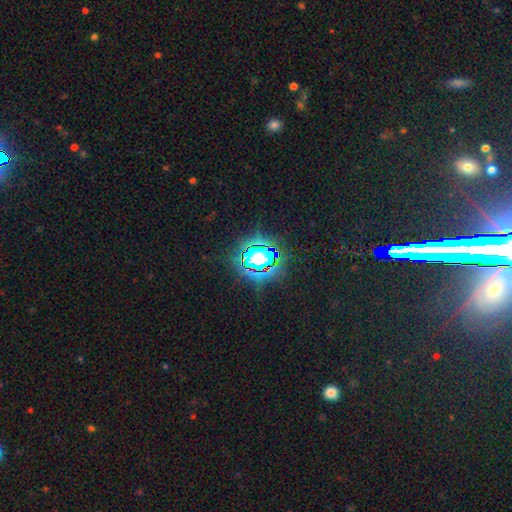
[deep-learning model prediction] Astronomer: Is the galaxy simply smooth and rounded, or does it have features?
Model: star or artifact — 80%.